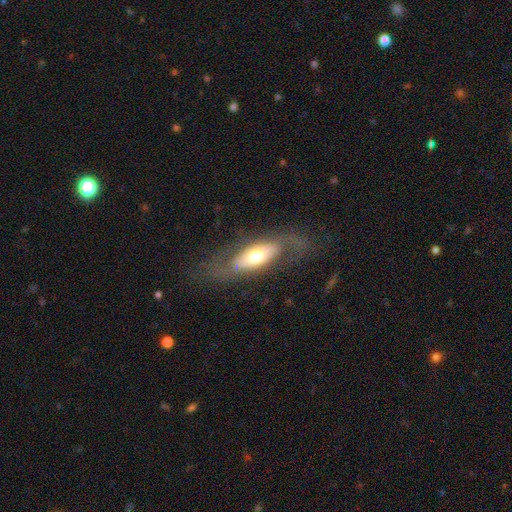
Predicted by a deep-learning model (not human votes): Overall: featured or disk (52%; smooth 41%). Edge-on disk: no (71%). Merging: none (64%).